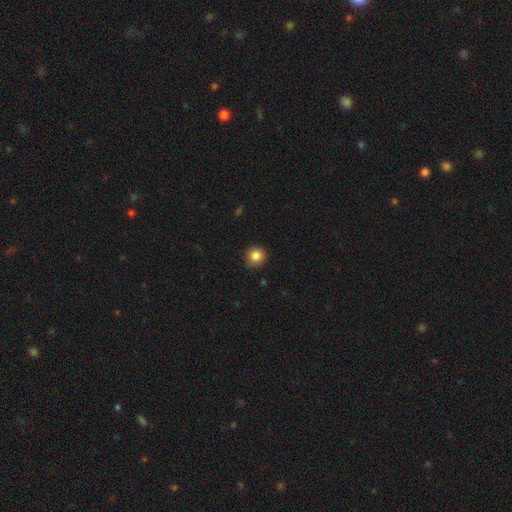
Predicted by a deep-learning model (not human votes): Smooth or featured? smooth (85%)
How rounded? round (89%)
Merging? none (88%)